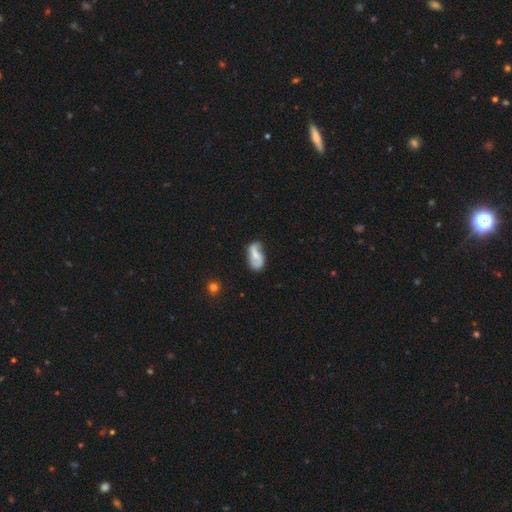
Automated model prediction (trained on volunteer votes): Morphology: type=featured or disk (62%); edge-on=no (96%); bar=no (42%); spiral arms=yes (85%); winding=loose (59%); arm count=2 (82%); bulge=small (42%); merging=none (51%).